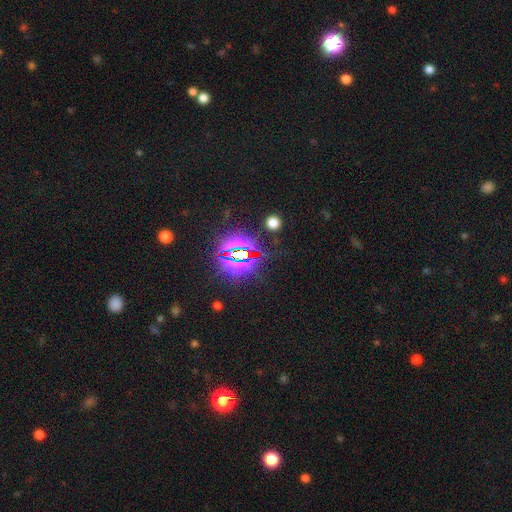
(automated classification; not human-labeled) star or artifact 81%, smooth 11%, featured or disk 8%.